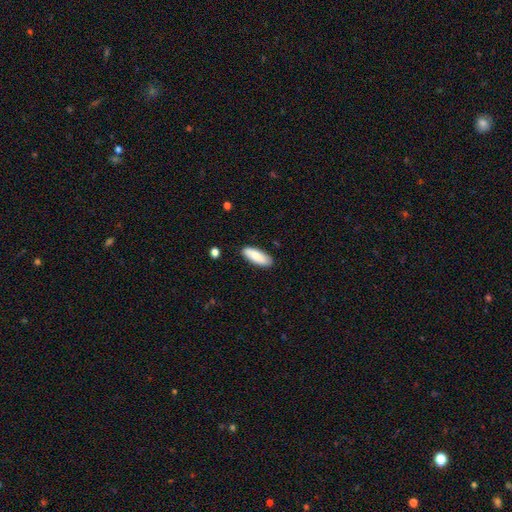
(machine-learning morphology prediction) Smooth or featured?
  - smooth: 83% *
  - featured or disk: 11%
  - star or artifact: 6%
How rounded?
  - in between: 67% *
  - cigar-shaped: 31%
  - round: 2%
Merging?
  - none: 86% *
  - minor disturbance: 11%
  - major disturbance: 2%
  - merger: 2%